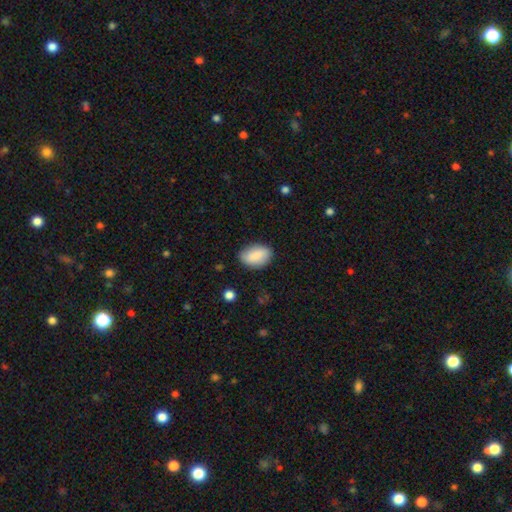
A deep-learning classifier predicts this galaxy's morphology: Smooth or featured? smooth (87%)
How rounded? in between (89%)
Merging? none (80%)